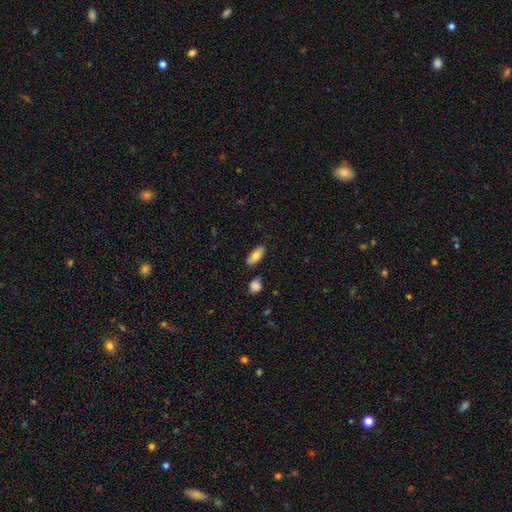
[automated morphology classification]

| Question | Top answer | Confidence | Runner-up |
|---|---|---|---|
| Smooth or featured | smooth | 76% | featured or disk (18%) |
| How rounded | in between | 84% | cigar-shaped (13%) |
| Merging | none | 81% | minor disturbance (14%) |